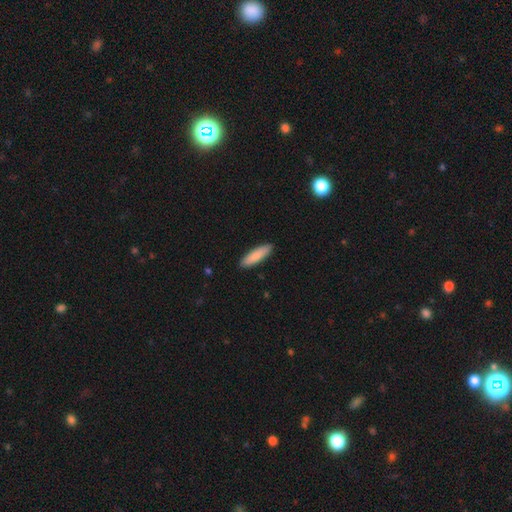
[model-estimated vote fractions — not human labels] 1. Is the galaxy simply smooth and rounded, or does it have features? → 86% smooth, 9% featured or disk, 5% star or artifact.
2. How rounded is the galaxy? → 64% cigar-shaped, 35% in between, 1% round.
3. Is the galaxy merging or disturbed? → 90% none, 7% minor disturbance, 1% major disturbance, 1% merger.